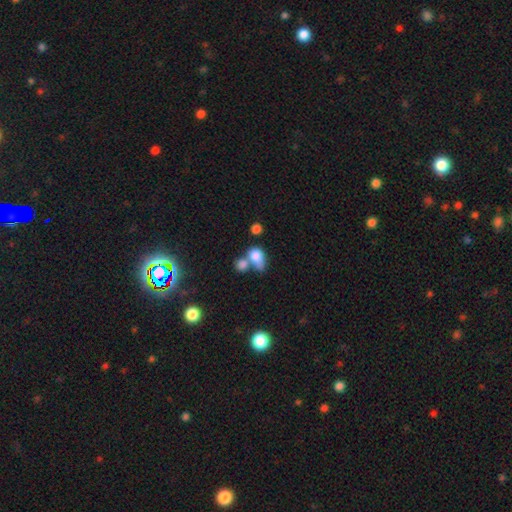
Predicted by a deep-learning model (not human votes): This appears to be a smooth galaxy with no disk features (77%) that is in between round and cigar-shaped (61%). Merging: merger (55%).